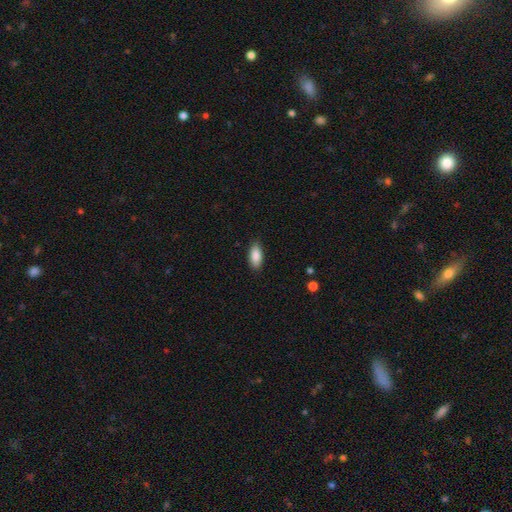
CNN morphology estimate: Q: Smooth or featured?
A: smooth (88%); runner-up: star or artifact (6%)
Q: How rounded?
A: in between (88%); runner-up: cigar-shaped (10%)
Q: Merging?
A: none (86%); runner-up: minor disturbance (10%)